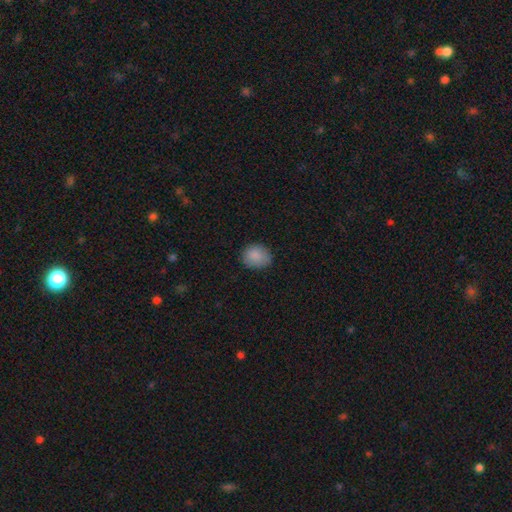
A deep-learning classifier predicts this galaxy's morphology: A smooth galaxy with no disk features (87%) that is round (62%).

Vote fractions:
- Smooth or featured? smooth: 87% / star or artifact: 8% / featured or disk: 5%
- How rounded? round: 62% / in between: 37% / cigar-shaped: 1%
- Merging? none: 80% / minor disturbance: 16% / major disturbance: 3% / merger: 1%